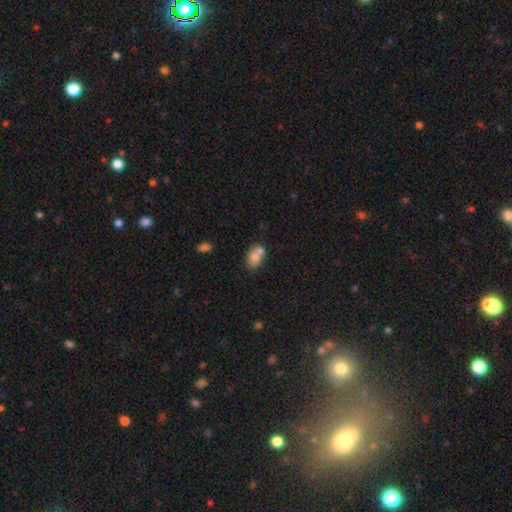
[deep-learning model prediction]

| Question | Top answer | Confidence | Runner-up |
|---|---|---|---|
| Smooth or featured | smooth | 73% | featured or disk (18%) |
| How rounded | in between | 74% | round (25%) |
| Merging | merger | 45% | none (39%) |